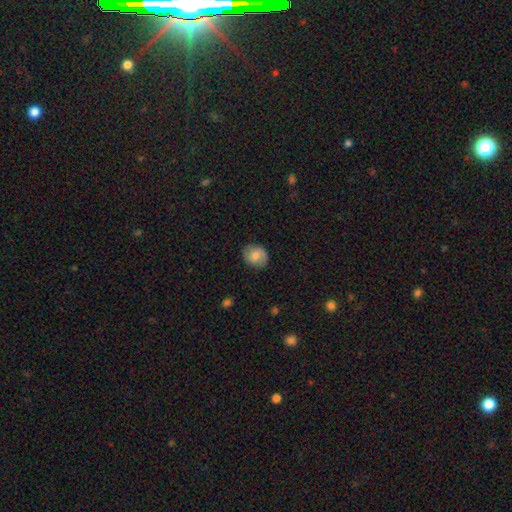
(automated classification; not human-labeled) Smooth or featured?
  - smooth: 66% *
  - featured or disk: 27%
  - star or artifact: 8%
How rounded?
  - round: 65% *
  - in between: 34%
  - cigar-shaped: 1%
Merging?
  - none: 82% *
  - minor disturbance: 14%
  - major disturbance: 3%
  - merger: 1%